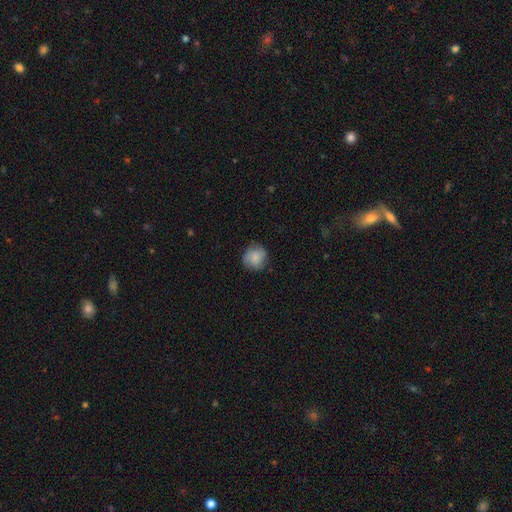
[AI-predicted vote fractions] Smooth or featured: smooth — 73% (featured or disk — 20%)
How rounded: round — 87% (in between — 12%)
Merging: none — 76% (minor disturbance — 18%)